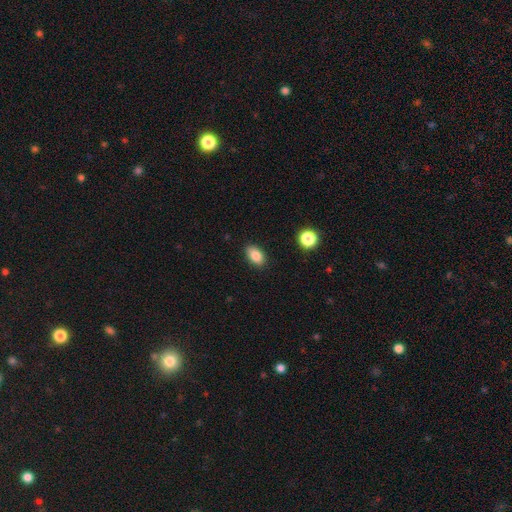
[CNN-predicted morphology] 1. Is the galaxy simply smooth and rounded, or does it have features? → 86% smooth, 9% star or artifact, 6% featured or disk.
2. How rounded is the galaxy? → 89% in between, 9% round, 2% cigar-shaped.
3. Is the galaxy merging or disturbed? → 88% none, 9% minor disturbance, 2% major disturbance, 1% merger.